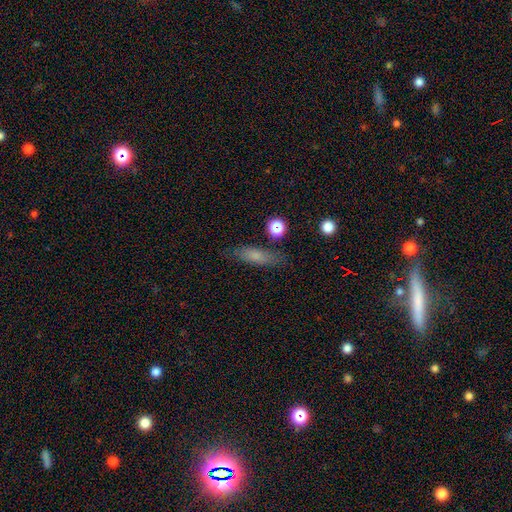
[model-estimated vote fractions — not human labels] Smooth or featured: smooth — 69% (featured or disk — 20%)
How rounded: cigar-shaped — 55% (in between — 40%)
Merging: none — 77% (minor disturbance — 15%)